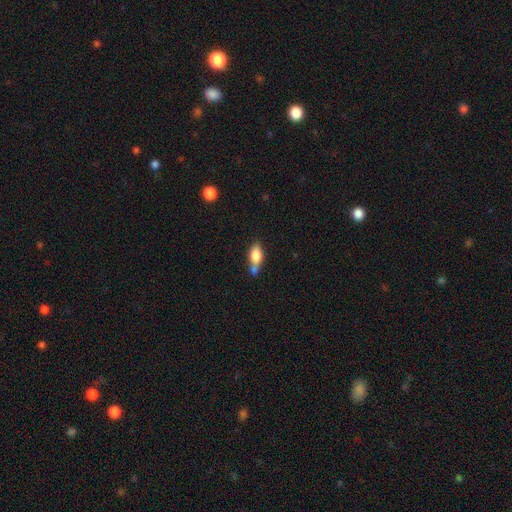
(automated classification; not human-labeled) Smooth or featured: smooth — 77% (featured or disk — 15%)
How rounded: in between — 83% (cigar-shaped — 11%)
Merging: none — 41% (merger — 36%)